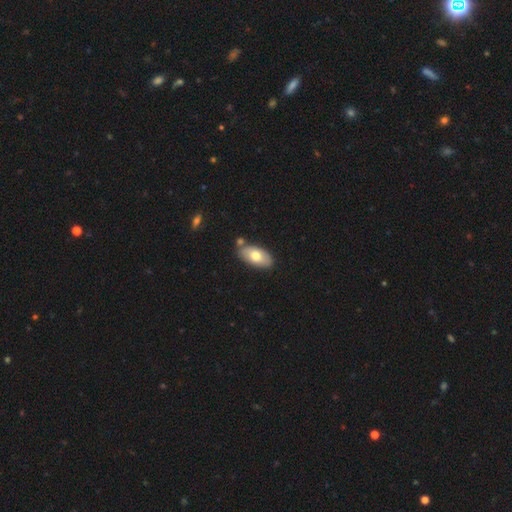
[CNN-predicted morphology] smooth_or_featured: smooth (p=0.71) [alt: featured or disk p=0.22]
how_rounded: in between (p=0.93) [alt: round p=0.03]
merging: none (p=0.74) [alt: minor disturbance p=0.13]